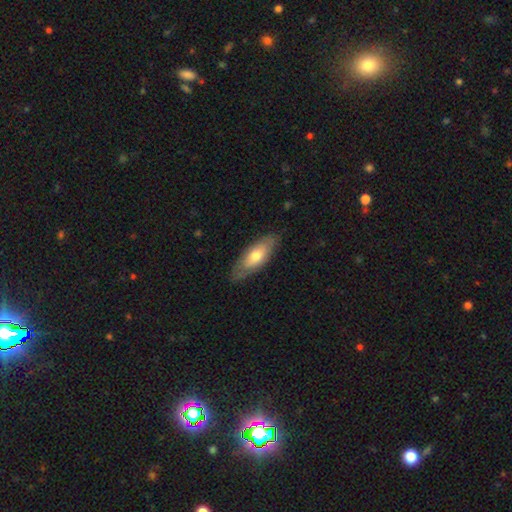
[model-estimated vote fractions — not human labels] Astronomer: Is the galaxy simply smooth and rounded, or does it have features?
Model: smooth — 59% (runner-up: featured or disk, 35%).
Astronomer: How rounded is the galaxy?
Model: in between — 76%.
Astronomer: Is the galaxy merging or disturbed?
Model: none — 78%.